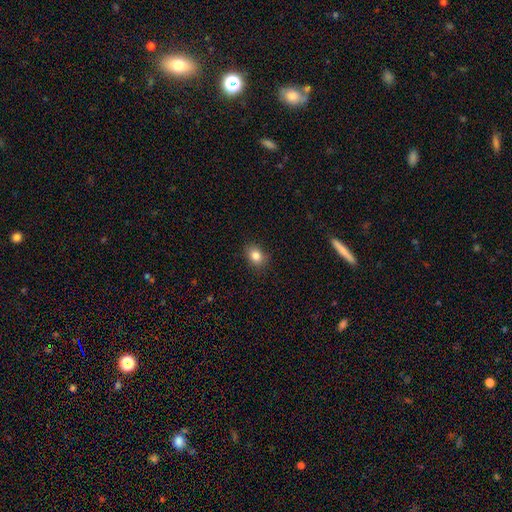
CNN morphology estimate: type=smooth (84%); roundness=in between (59%); merging=none (85%).